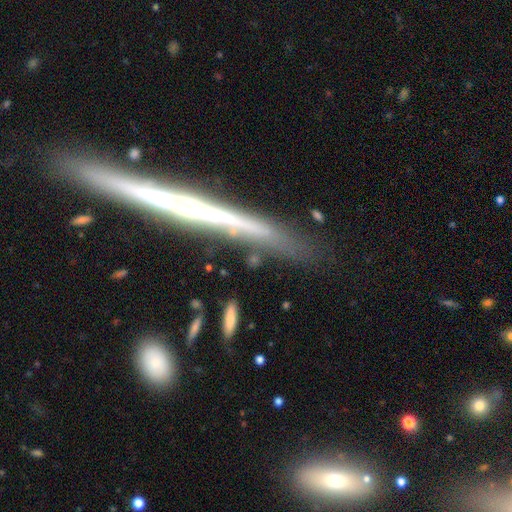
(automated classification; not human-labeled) A featured or disk galaxy (54%) viewed edge-on (85%).

Vote fractions:
- Smooth or featured? featured or disk: 54% / smooth: 36% / star or artifact: 10%
- Edge-on disk? yes: 85% / no: 15%
- Merging? none: 65% / minor disturbance: 18% / major disturbance: 9% / merger: 8%